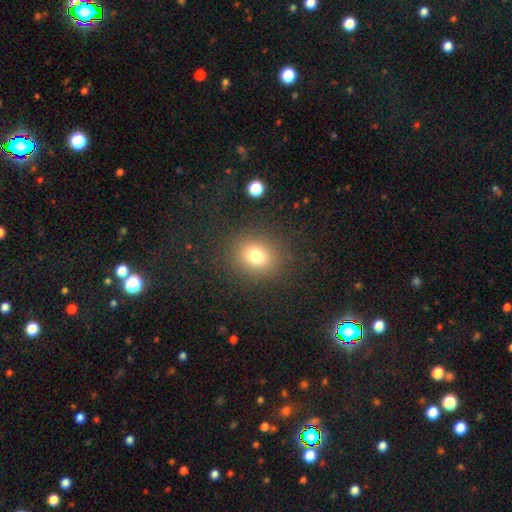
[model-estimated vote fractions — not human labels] smooth-or-featured: smooth: 75% | star or artifact: 15% | featured or disk: 10%
  how-rounded: round: 69% | in between: 30% | cigar-shaped: 1%
  merging: none: 87% | minor disturbance: 8% | major disturbance: 4% | merger: 1%